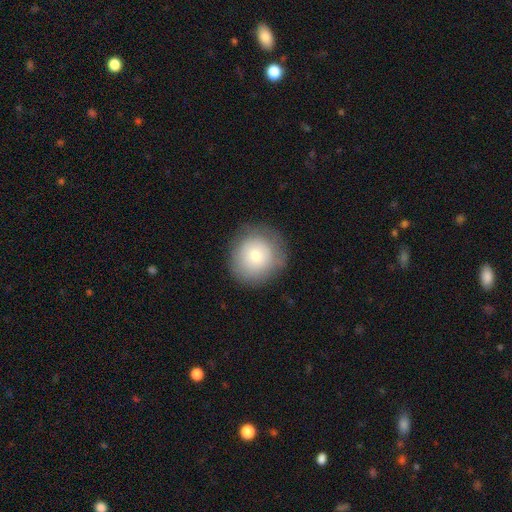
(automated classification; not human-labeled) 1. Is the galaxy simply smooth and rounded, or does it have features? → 71% smooth, 20% featured or disk, 9% star or artifact.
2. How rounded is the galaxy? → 91% round, 8% in between, 1% cigar-shaped.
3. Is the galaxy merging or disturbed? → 79% none, 14% minor disturbance, 5% major disturbance, 1% merger.